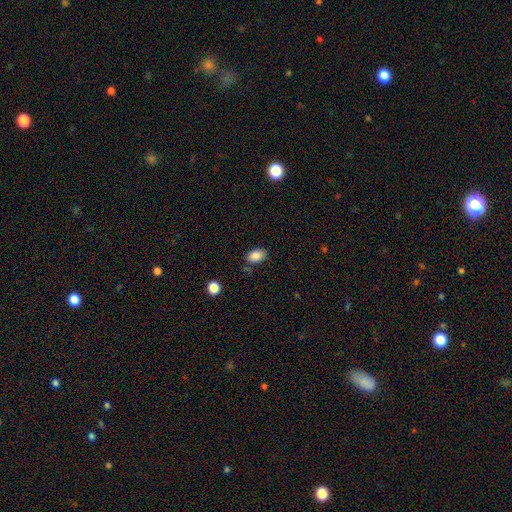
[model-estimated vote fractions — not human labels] Smooth or featured?
  - smooth: 87% *
  - star or artifact: 9%
  - featured or disk: 5%
How rounded?
  - in between: 85% *
  - round: 14%
  - cigar-shaped: 1%
Merging?
  - none: 78% *
  - minor disturbance: 15%
  - merger: 4%
  - major disturbance: 3%